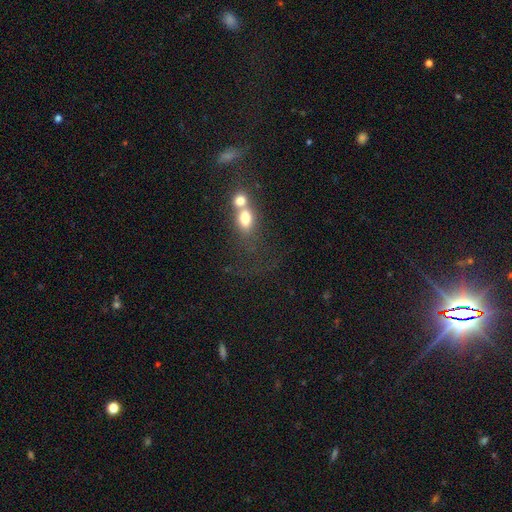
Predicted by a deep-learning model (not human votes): Smooth or featured: star or artifact — 48% (smooth — 32%)